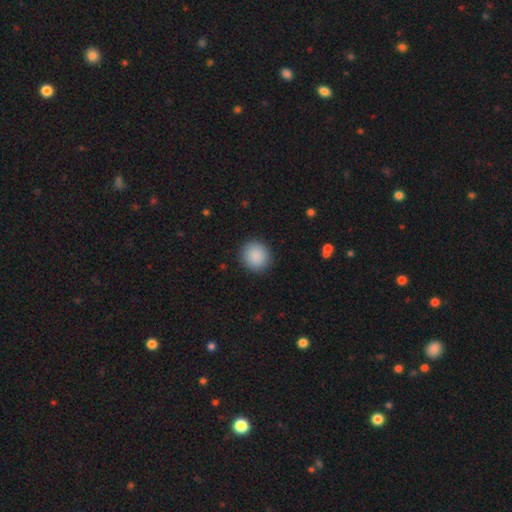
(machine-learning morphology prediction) Smooth or featured?
  - smooth: 89% *
  - star or artifact: 7%
  - featured or disk: 3%
How rounded?
  - round: 91% *
  - in between: 8%
  - cigar-shaped: 1%
Merging?
  - none: 91% *
  - minor disturbance: 6%
  - major disturbance: 2%
  - merger: 1%